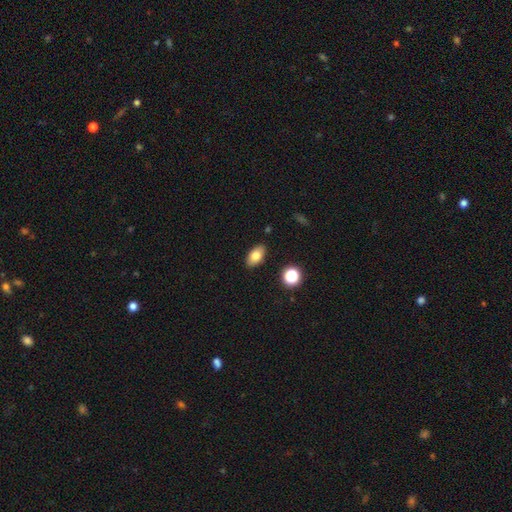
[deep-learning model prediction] A smooth galaxy with no disk features (78%) that is in between round and cigar-shaped (90%).

Vote fractions:
- Smooth or featured? smooth: 78% / featured or disk: 13% / star or artifact: 9%
- How rounded? in between: 90% / round: 7% / cigar-shaped: 3%
- Merging? none: 88% / minor disturbance: 8% / major disturbance: 2% / merger: 2%